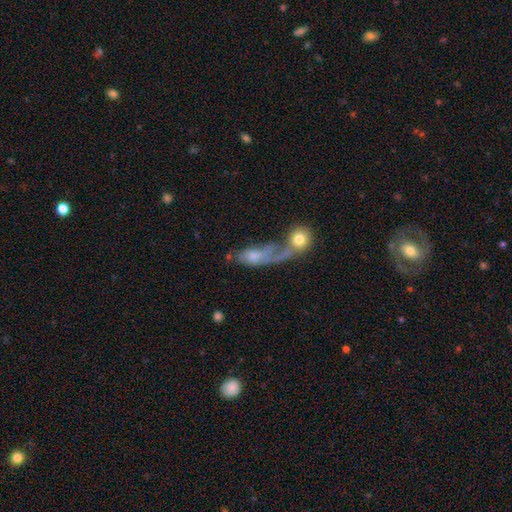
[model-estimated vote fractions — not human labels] A smooth galaxy with no disk features (46%).

Vote fractions:
- Smooth or featured? smooth: 46% / featured or disk: 45% / star or artifact: 9%
- Merging? merger: 45% / major disturbance: 25% / none: 18% / minor disturbance: 11%